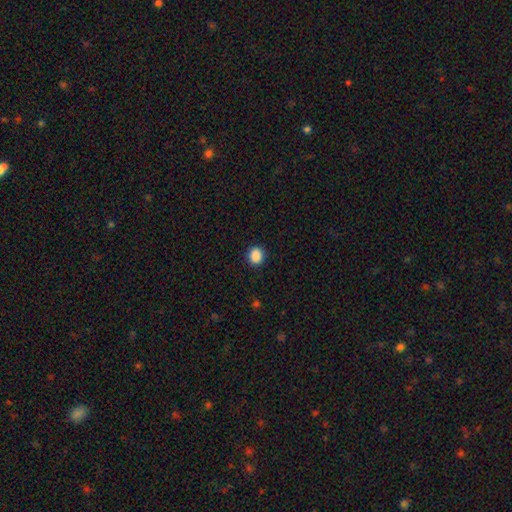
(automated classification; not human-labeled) The model was most divided on "how rounded": round: 77%, in between: 22%, cigar-shaped: 1%. More confident: merging — none (91%); smooth or featured — smooth (89%).